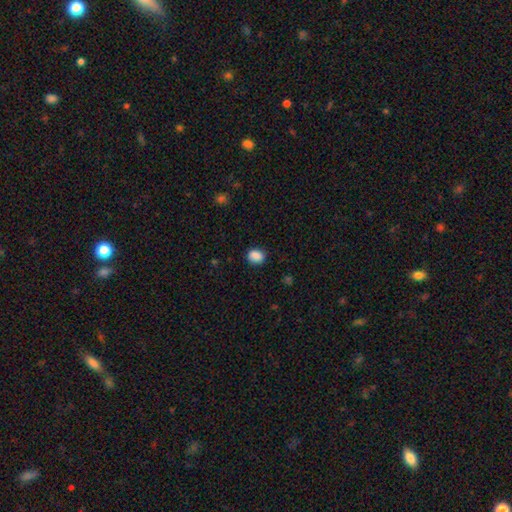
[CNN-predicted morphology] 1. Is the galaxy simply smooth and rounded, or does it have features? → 88% smooth, 9% star or artifact, 4% featured or disk.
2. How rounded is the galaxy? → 51% in between, 48% round, 1% cigar-shaped.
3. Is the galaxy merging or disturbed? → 83% none, 13% minor disturbance, 3% major disturbance, 1% merger.